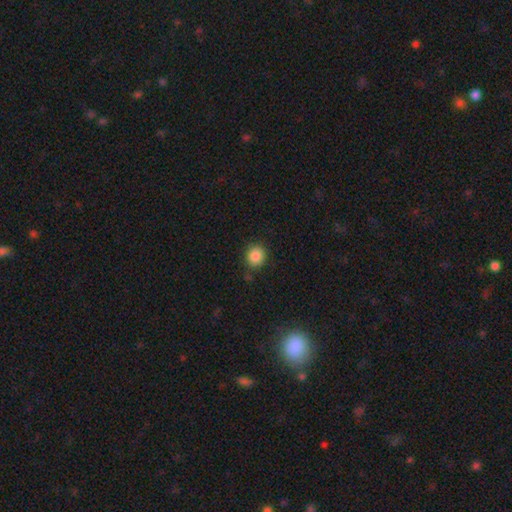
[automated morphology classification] A smooth galaxy with no disk features (87%) that is round (82%).

Vote fractions:
- Smooth or featured? smooth: 87% / star or artifact: 9% / featured or disk: 4%
- How rounded? round: 82% / in between: 17% / cigar-shaped: 1%
- Merging? none: 84% / minor disturbance: 11% / major disturbance: 3% / merger: 2%